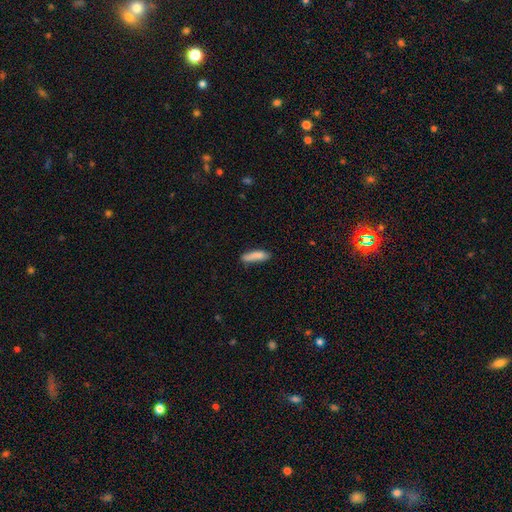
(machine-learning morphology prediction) smooth_or_featured: smooth (p=0.85) [alt: featured or disk p=0.09]
how_rounded: cigar-shaped (p=0.70) [alt: in between p=0.29]
merging: none (p=0.72) [alt: minor disturbance p=0.21]